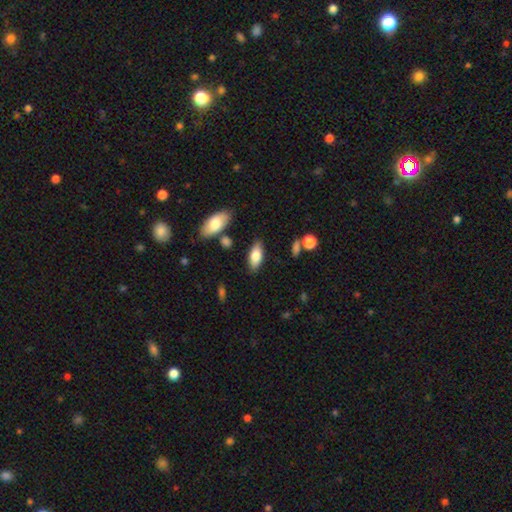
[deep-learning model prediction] Q: Smooth or featured?
A: smooth (78%); runner-up: featured or disk (16%)
Q: How rounded?
A: in between (83%); runner-up: cigar-shaped (14%)
Q: Merging?
A: none (82%); runner-up: minor disturbance (11%)